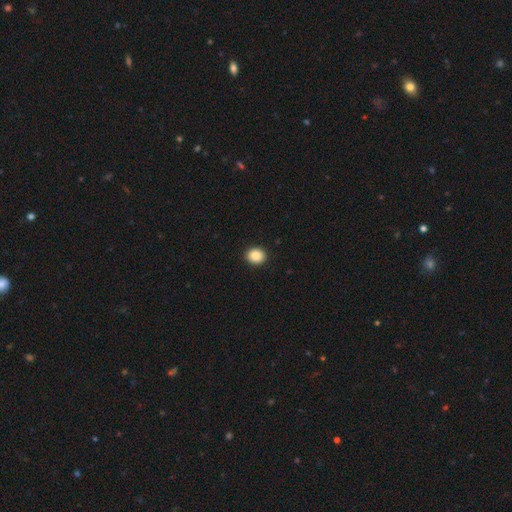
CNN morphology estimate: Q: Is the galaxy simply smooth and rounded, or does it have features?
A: smooth — 88%.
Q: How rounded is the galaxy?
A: round — 70%.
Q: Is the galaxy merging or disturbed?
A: none — 92%.